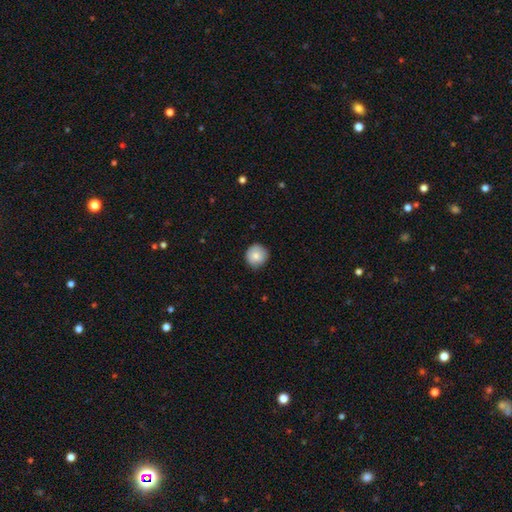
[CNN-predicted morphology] This is clearly a smooth galaxy (83%). How rounded: clearly round (93%). Merging: clearly none (85%).